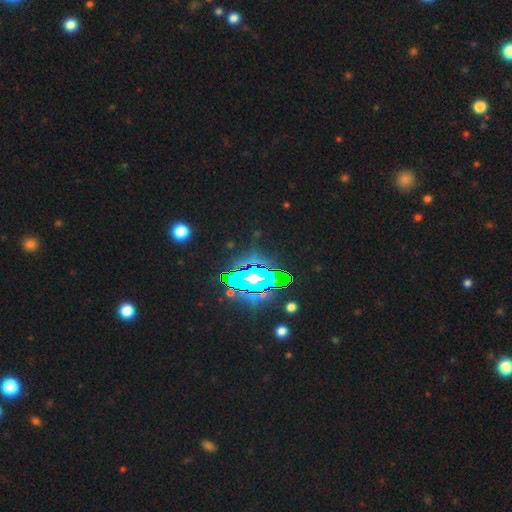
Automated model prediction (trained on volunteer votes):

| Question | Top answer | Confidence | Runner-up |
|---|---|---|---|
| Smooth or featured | star or artifact | 59% | featured or disk (25%) |